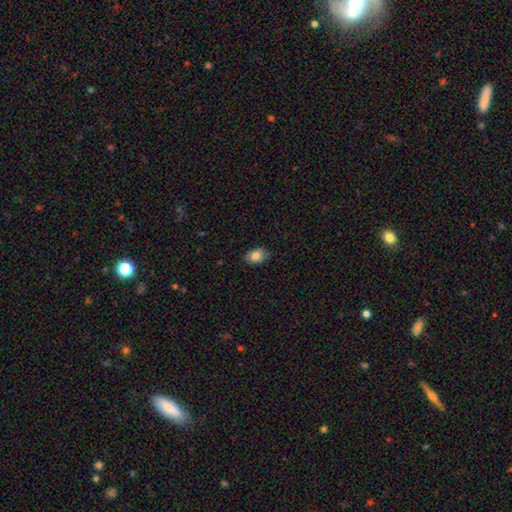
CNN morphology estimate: smooth-or-featured: smooth: 83% | featured or disk: 10% | star or artifact: 8%
  how-rounded: in between: 88% | round: 11% | cigar-shaped: 1%
  merging: none: 78% | minor disturbance: 17% | major disturbance: 3% | merger: 1%